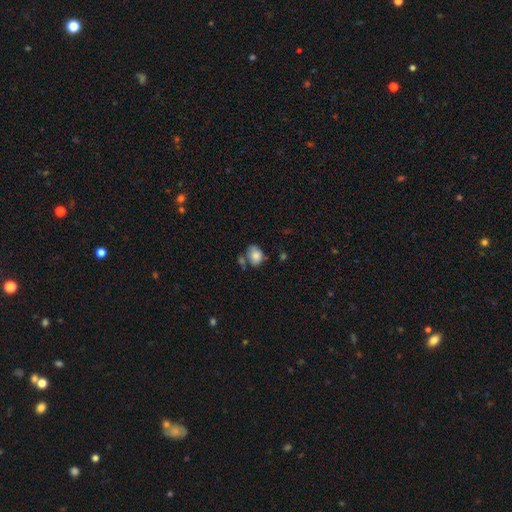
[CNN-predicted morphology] Q: Smooth or featured?
A: smooth (80%); runner-up: featured or disk (12%)
Q: How rounded?
A: in between (53%); runner-up: round (46%)
Q: Merging?
A: none (53%); runner-up: minor disturbance (22%)